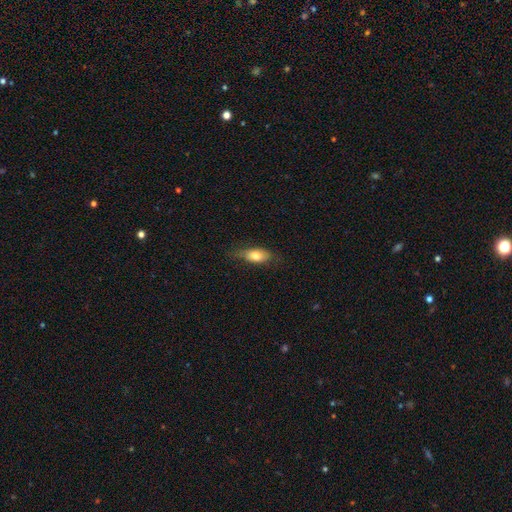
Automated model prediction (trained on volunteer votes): smooth_or_featured: smooth (p=0.76) [alt: featured or disk p=0.17]
how_rounded: in between (p=0.82) [alt: cigar-shaped p=0.13]
merging: none (p=0.69) [alt: minor disturbance p=0.23]